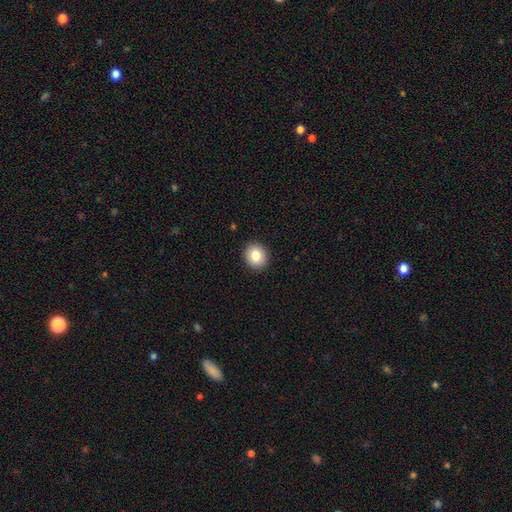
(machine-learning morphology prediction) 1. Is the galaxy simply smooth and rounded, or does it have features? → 83% smooth, 9% star or artifact, 8% featured or disk.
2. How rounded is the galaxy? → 76% round, 23% in between, 1% cigar-shaped.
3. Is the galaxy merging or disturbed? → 92% none, 6% minor disturbance, 2% major disturbance, 1% merger.